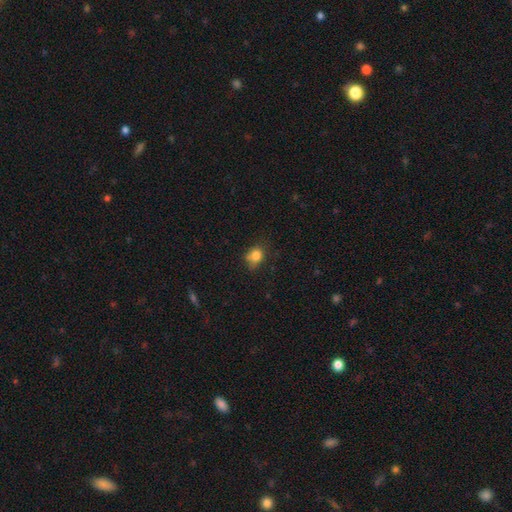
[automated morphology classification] type=smooth (82%); roundness=round (54%); merging=none (61%).